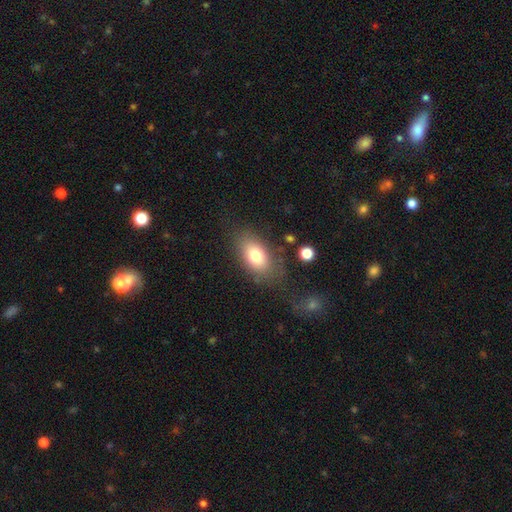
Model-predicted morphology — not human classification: Smooth or featured? smooth (77%)
How rounded? in between (88%)
Merging? none (74%)